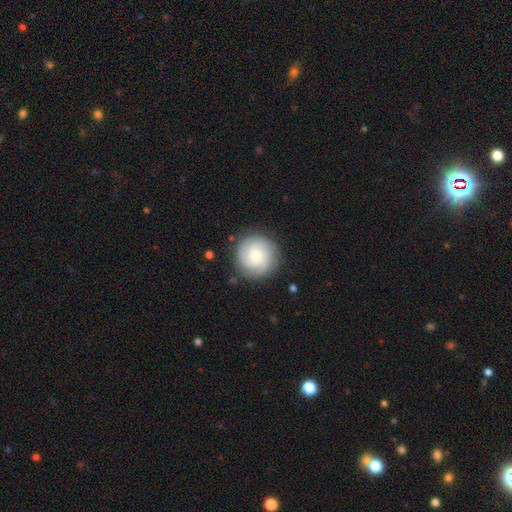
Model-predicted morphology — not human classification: featured or disk 65%, smooth 28%, star or artifact 7%. Down the decision tree: edge-on disk — no (98%); bar — no (73%); spiral arms — yes (92%); spiral arm count — 3 (39%); spiral winding — tight (64%); bulge size — moderate (59%); merging — none (86%).